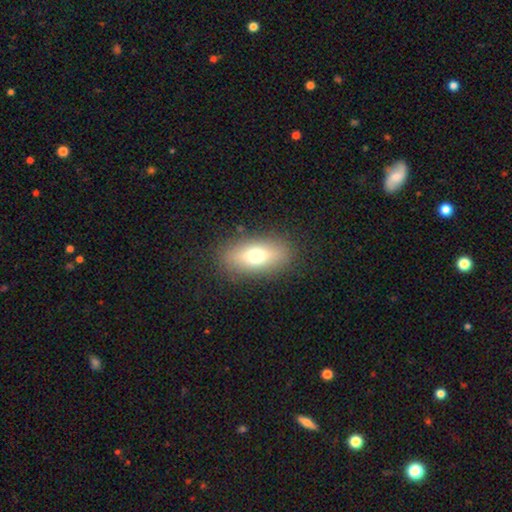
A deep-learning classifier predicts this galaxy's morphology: A smooth galaxy with no disk features (69%) that is in between round and cigar-shaped (82%). Merging: none (87%).